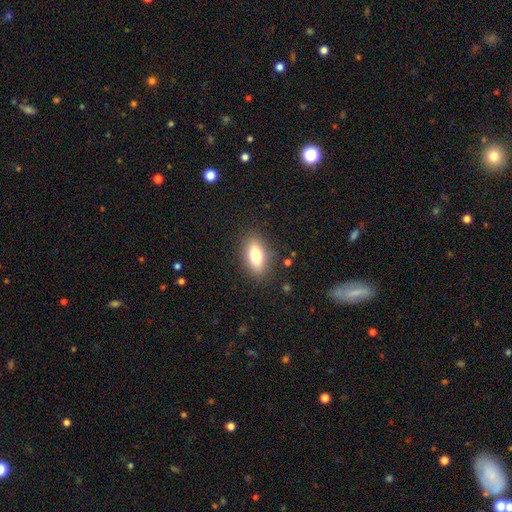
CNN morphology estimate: A smooth galaxy with no disk features (76%) that is in between round and cigar-shaped (83%). Merging: none (85%).